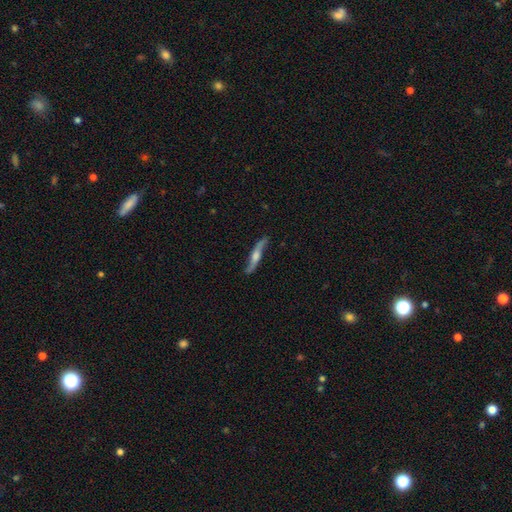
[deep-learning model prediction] Smooth or featured: featured or disk — 75% (smooth — 18%)
Edge-on disk: yes — 65% (no — 35%)
Merging: none — 81% (minor disturbance — 14%)